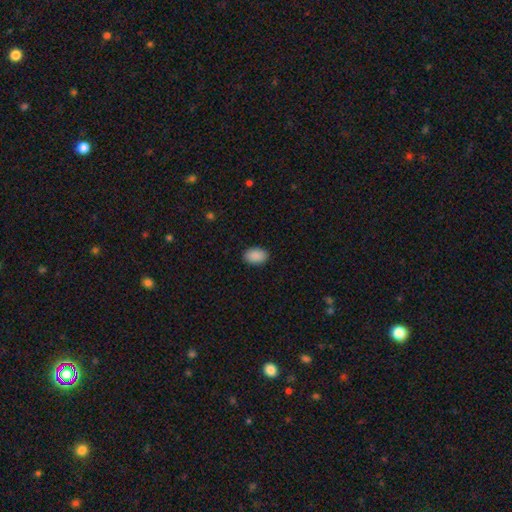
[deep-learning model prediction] Smooth or featured? smooth (91%)
How rounded? in between (90%)
Merging? none (90%)